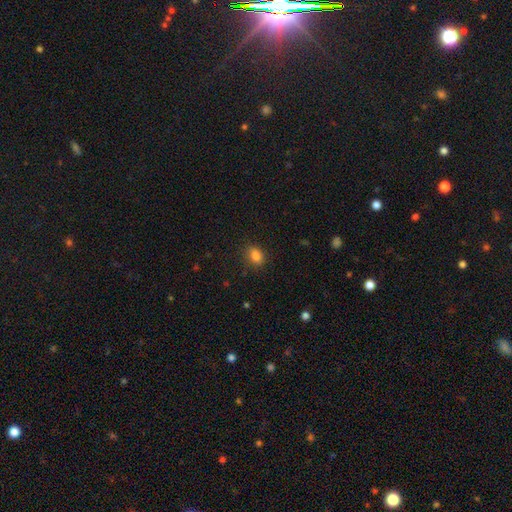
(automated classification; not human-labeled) Overall: smooth (85%). How rounded: in between (69%; round 30%). Merging: none (83%).